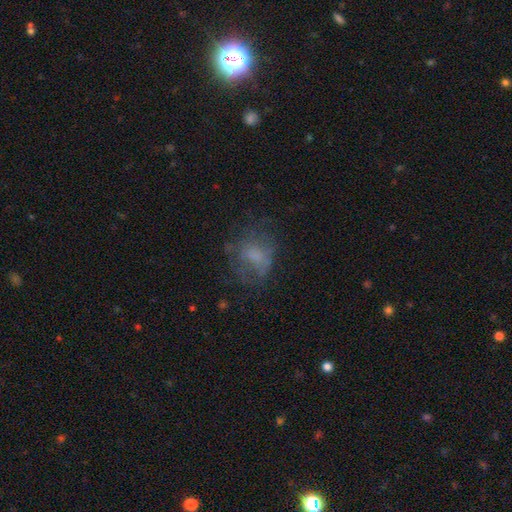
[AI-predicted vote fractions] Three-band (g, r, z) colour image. It shows a smooth galaxy with no disk features (49%). Merging: none (50%).